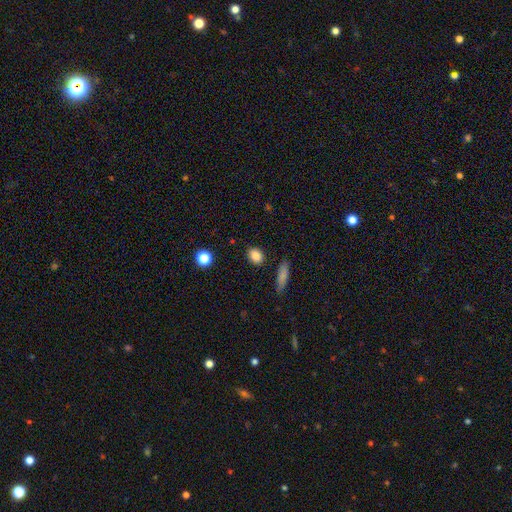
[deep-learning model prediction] Morphology: type=smooth (86%); roundness=in between (56%); merging=none (87%).